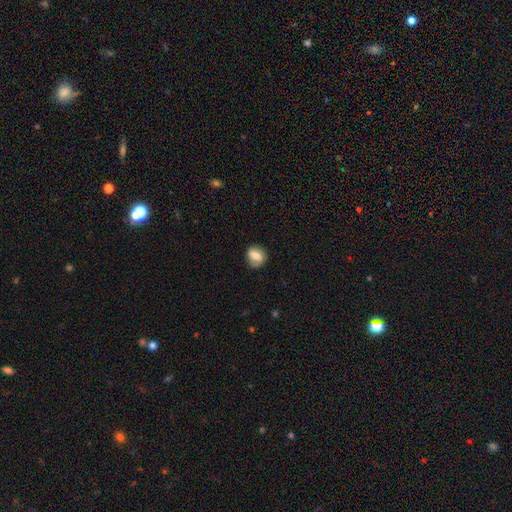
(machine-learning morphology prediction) Q: Smooth or featured?
A: smooth (66%); runner-up: featured or disk (25%)
Q: How rounded?
A: round (53%); runner-up: in between (44%)
Q: Merging?
A: none (75%); runner-up: minor disturbance (18%)